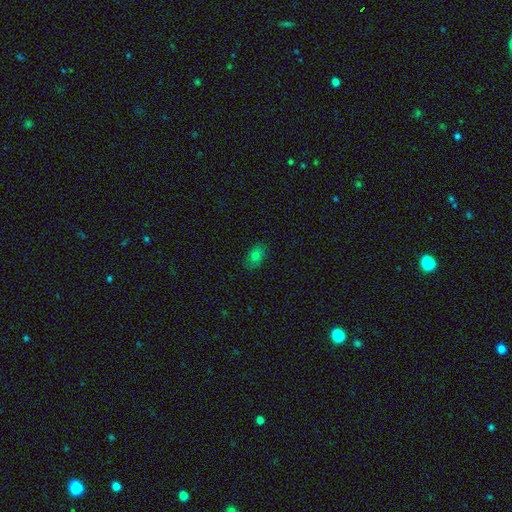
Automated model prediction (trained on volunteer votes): Q: Smooth or featured?
A: smooth (74%); runner-up: star or artifact (14%)
Q: How rounded?
A: in between (82%); runner-up: round (16%)
Q: Merging?
A: none (79%); runner-up: minor disturbance (17%)